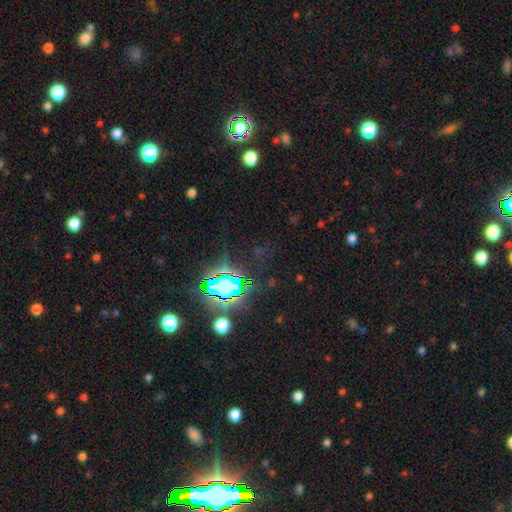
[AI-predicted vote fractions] A star or artifact, not a galaxy (82%).

Vote fractions:
- Smooth or featured? star or artifact: 82% / smooth: 11% / featured or disk: 7%